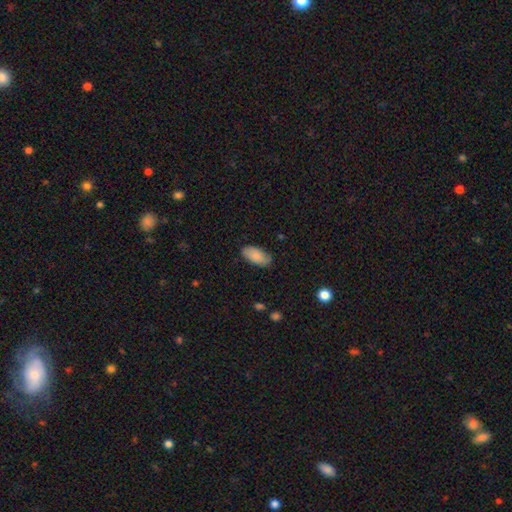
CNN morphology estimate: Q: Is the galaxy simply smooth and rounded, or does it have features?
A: smooth — 85%.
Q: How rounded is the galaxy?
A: in between — 94%.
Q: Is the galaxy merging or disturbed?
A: none — 82%.